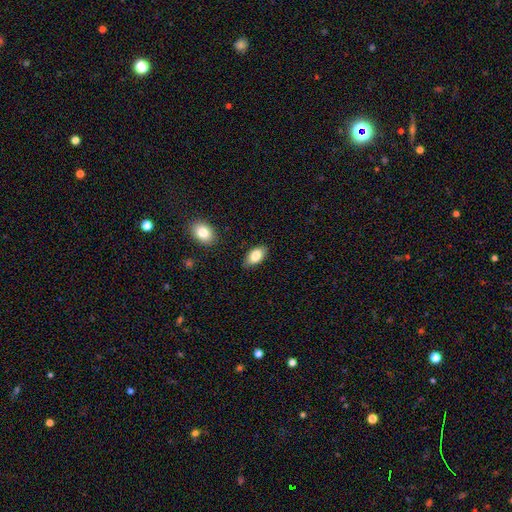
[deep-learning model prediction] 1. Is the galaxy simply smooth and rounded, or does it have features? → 84% smooth, 9% featured or disk, 7% star or artifact.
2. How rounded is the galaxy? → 93% in between, 4% round, 3% cigar-shaped.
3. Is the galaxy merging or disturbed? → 85% none, 11% minor disturbance, 2% major disturbance, 2% merger.